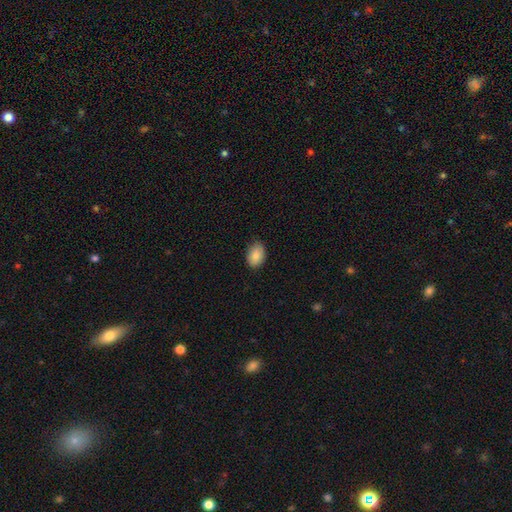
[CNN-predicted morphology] A smooth galaxy with no disk features (88%) that is in between round and cigar-shaped (86%).

Vote fractions:
- Smooth or featured? smooth: 88% / star or artifact: 7% / featured or disk: 5%
- How rounded? in between: 86% / round: 13% / cigar-shaped: 1%
- Merging? none: 85% / minor disturbance: 12% / major disturbance: 2% / merger: 1%